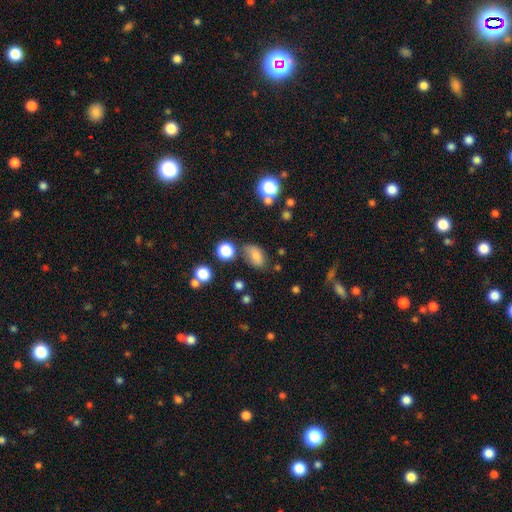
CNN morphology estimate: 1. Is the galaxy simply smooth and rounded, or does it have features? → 75% smooth, 13% star or artifact, 12% featured or disk.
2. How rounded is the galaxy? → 84% in between, 14% round, 2% cigar-shaped.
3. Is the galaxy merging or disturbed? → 59% none, 25% minor disturbance, 8% major disturbance, 7% merger.